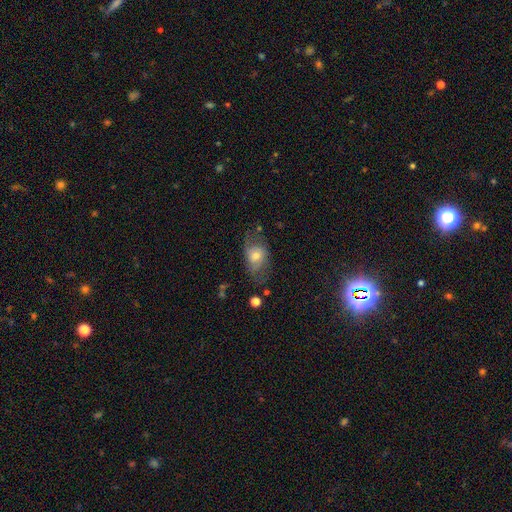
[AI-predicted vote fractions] Smooth or featured?
  - smooth: 58% *
  - featured or disk: 33%
  - star or artifact: 9%
How rounded?
  - in between: 75% *
  - round: 23%
  - cigar-shaped: 2%
Merging?
  - none: 48% *
  - minor disturbance: 27%
  - major disturbance: 22%
  - merger: 3%